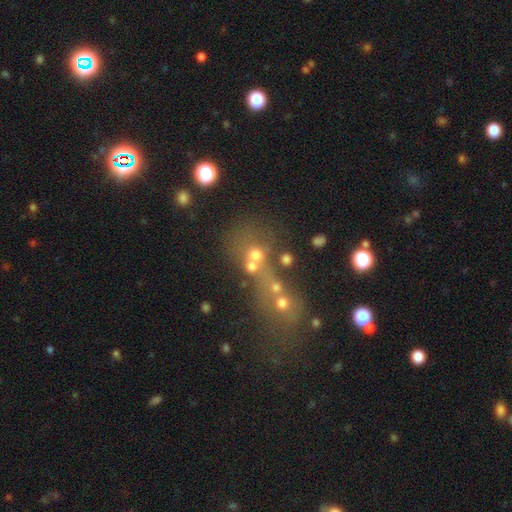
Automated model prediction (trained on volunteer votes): Smooth or featured?
  - smooth: 41% *
  - star or artifact: 38%
  - featured or disk: 22%
Merging?
  - merger: 48% *
  - none: 35%
  - major disturbance: 9%
  - minor disturbance: 8%